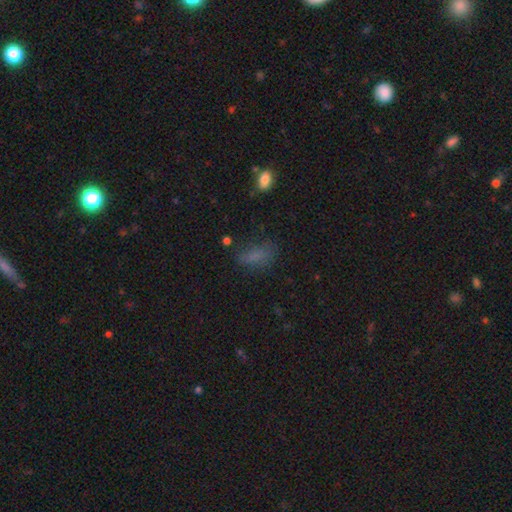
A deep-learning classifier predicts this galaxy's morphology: Q: Smooth or featured?
A: smooth (71%); runner-up: star or artifact (18%)
Q: How rounded?
A: in between (80%); runner-up: cigar-shaped (13%)
Q: Merging?
A: none (57%); runner-up: minor disturbance (25%)